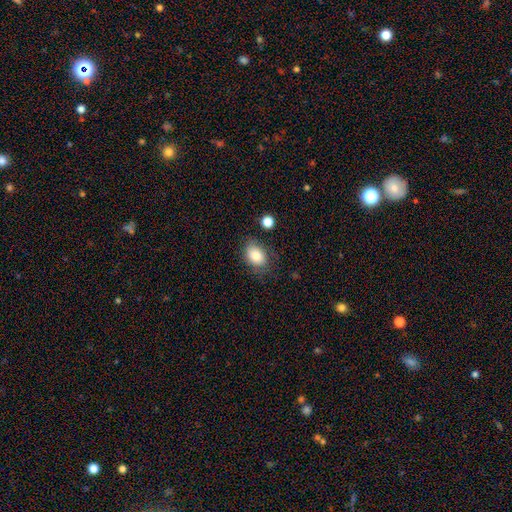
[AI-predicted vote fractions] Smooth or featured? Predicted: smooth (p=0.81). How rounded? Predicted: in between (p=0.76). Merging? Predicted: none (p=0.67).